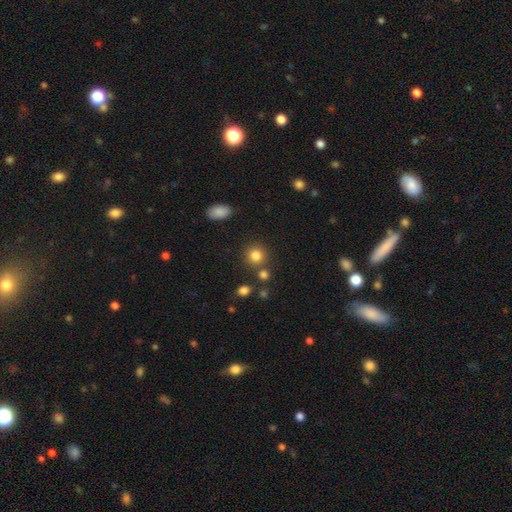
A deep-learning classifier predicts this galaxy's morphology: This is clearly a smooth galaxy (83%). How rounded: clearly round (90%). Merging: likely none (79%).